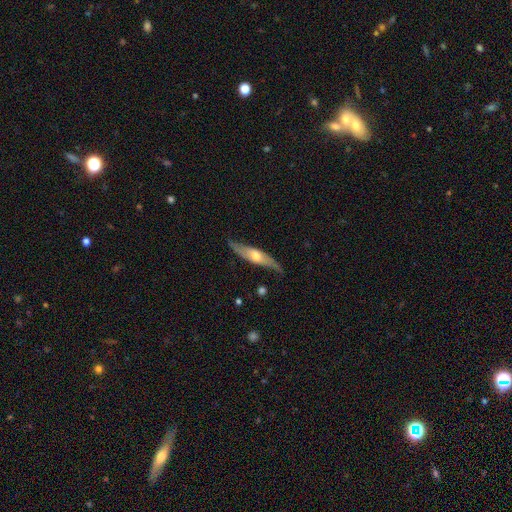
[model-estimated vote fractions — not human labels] Morphology: type=featured or disk (61%); edge-on=yes (71%); merging=none (74%).